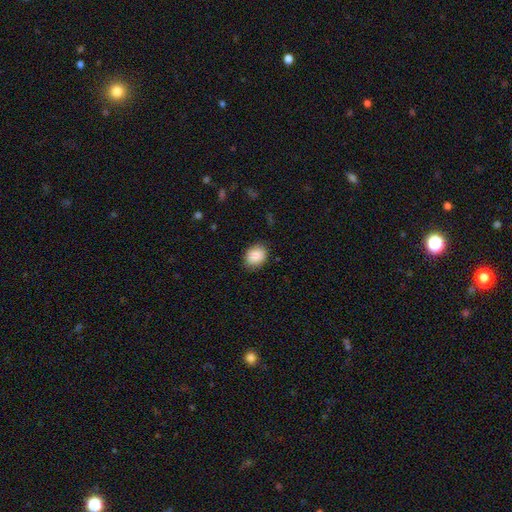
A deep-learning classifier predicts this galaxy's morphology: type=smooth (89%); roundness=in between (56%); merging=none (82%).